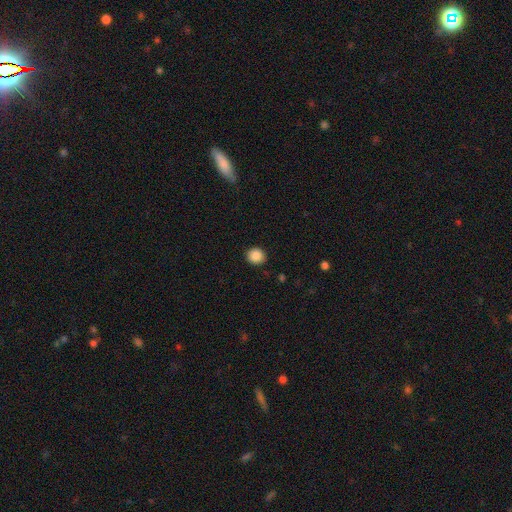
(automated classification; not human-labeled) A smooth galaxy with no disk features (88%) that is round (82%).

Vote fractions:
- Smooth or featured? smooth: 88% / star or artifact: 9% / featured or disk: 3%
- How rounded? round: 82% / in between: 17% / cigar-shaped: 1%
- Merging? none: 89% / minor disturbance: 8% / major disturbance: 2% / merger: 1%